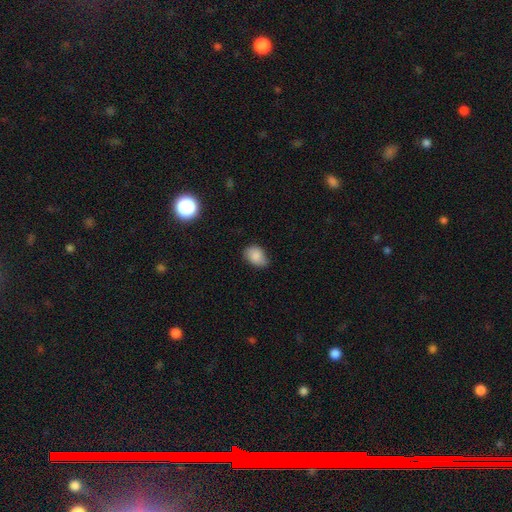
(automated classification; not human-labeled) A smooth galaxy with no disk features (84%) that is in between round and cigar-shaped (77%). Merging: none (65%).